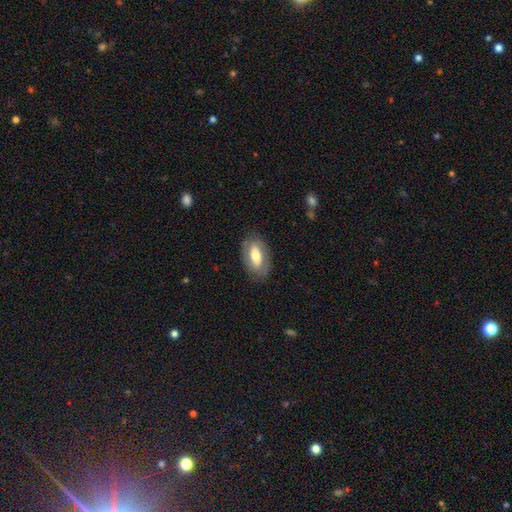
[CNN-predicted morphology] The model was most divided on "smooth or featured": smooth: 55%, featured or disk: 39%, star or artifact: 6%. More confident: how rounded — in between (90%); merging — none (80%).